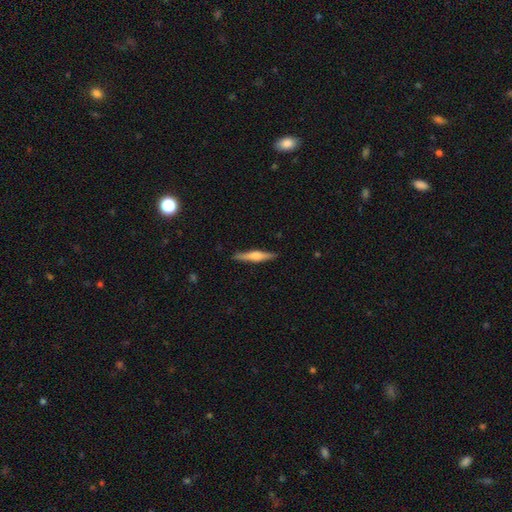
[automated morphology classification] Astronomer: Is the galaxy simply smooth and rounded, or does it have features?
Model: featured or disk — 59% (runner-up: smooth, 35%).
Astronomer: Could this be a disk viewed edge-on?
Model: yes — 97%.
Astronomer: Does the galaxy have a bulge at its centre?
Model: rounded — 85%.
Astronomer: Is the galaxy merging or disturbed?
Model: none — 89%.